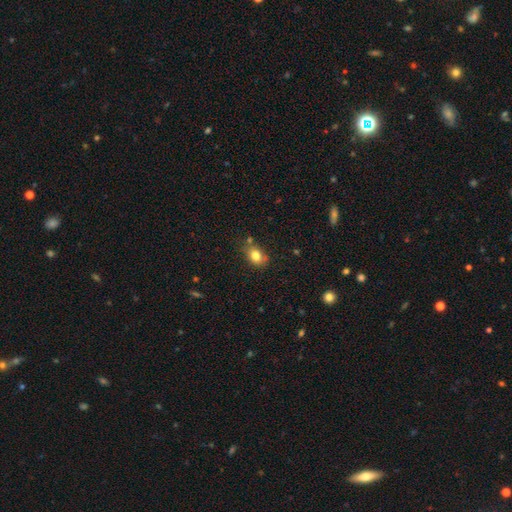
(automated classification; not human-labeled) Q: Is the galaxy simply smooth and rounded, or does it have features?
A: smooth — 80%.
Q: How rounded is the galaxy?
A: in between — 69%.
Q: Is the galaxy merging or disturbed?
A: none — 71%.